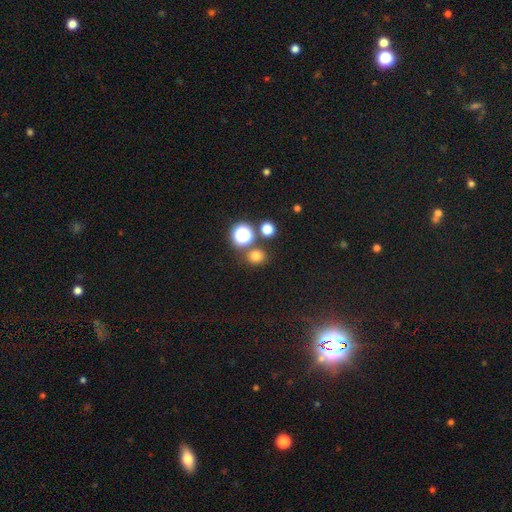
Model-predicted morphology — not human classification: This appears to be a smooth galaxy with no disk features (71%) that is round (78%). Merging: none (77%).